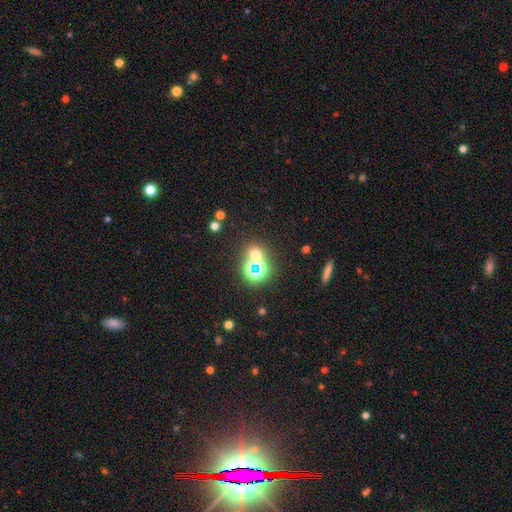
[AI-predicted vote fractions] Q: Smooth or featured?
A: smooth (46%); runner-up: star or artifact (44%)
Q: Merging?
A: none (68%); runner-up: merger (18%)